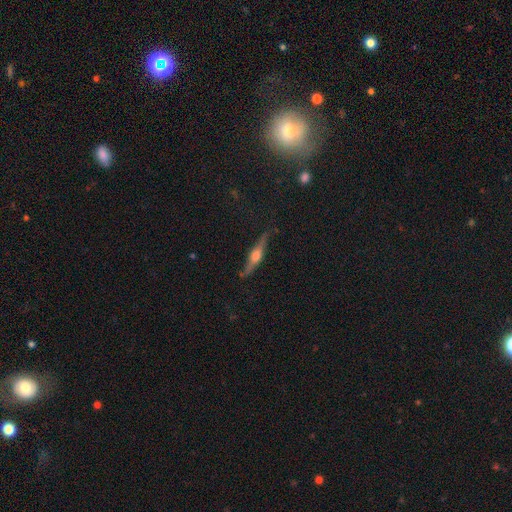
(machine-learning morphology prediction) The model was most divided on "smooth or featured": featured or disk: 76%, smooth: 17%, star or artifact: 6%. More confident: edge-on disk — yes (97%); edge-on bulge — rounded (92%); merging — none (84%).